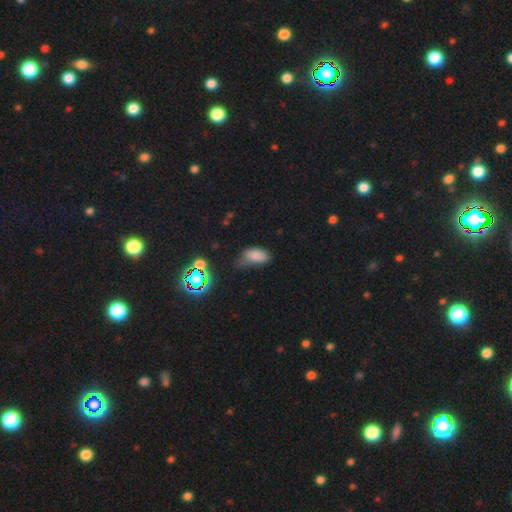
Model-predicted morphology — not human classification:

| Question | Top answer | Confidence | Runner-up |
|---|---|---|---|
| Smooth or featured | smooth | 77% | star or artifact (16%) |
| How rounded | in between | 90% | round (6%) |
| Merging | none | 39% | minor disturbance (38%) |